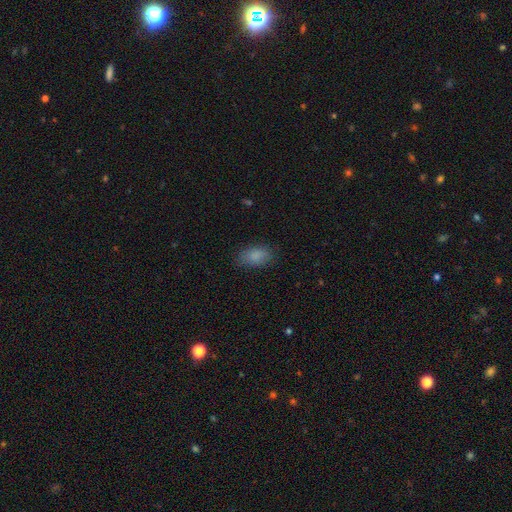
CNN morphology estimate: smooth 85%, star or artifact 9%, featured or disk 6%. Down the decision tree: how rounded — in between (90%); merging — none (79%).